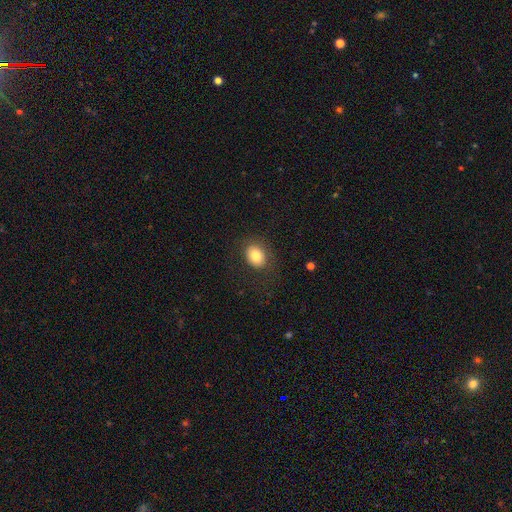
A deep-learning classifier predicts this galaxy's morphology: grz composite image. It shows a smooth galaxy with no disk features (81%) that is round (52%). Merging: none (82%).